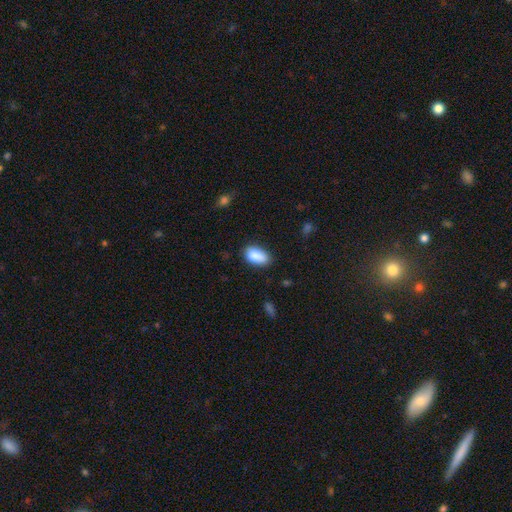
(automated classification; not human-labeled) A smooth galaxy with no disk features (88%) that is in between round and cigar-shaped (93%).

Vote fractions:
- Smooth or featured? smooth: 88% / star or artifact: 7% / featured or disk: 5%
- How rounded? in between: 93% / round: 4% / cigar-shaped: 3%
- Merging? none: 77% / minor disturbance: 17% / major disturbance: 3% / merger: 2%